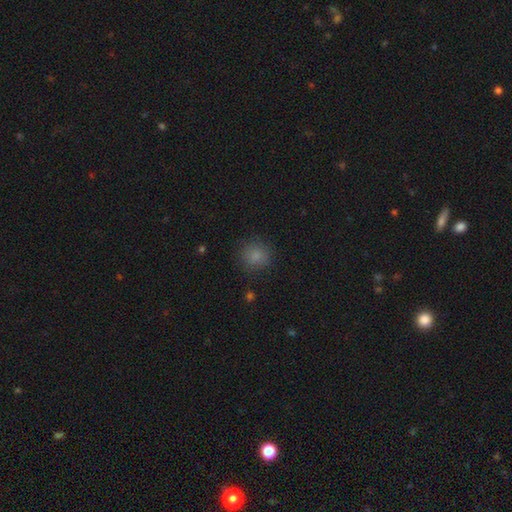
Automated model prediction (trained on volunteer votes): smooth_or_featured: smooth (p=0.84) [alt: star or artifact p=0.11]
how_rounded: round (p=0.90) [alt: in between p=0.09]
merging: none (p=0.84) [alt: minor disturbance p=0.11]